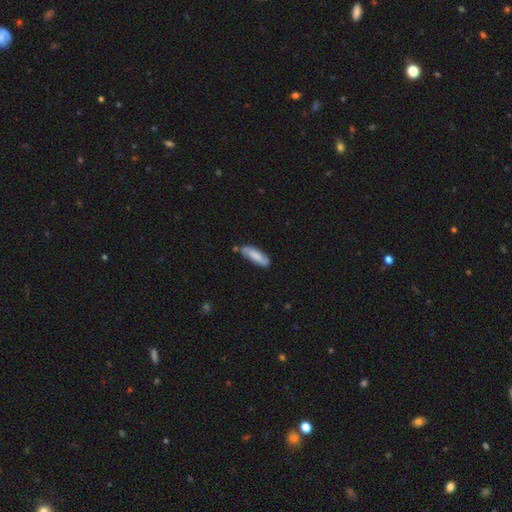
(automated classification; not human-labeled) Q: Smooth or featured?
A: smooth (60%); runner-up: featured or disk (34%)
Q: How rounded?
A: in between (57%); runner-up: cigar-shaped (41%)
Q: Merging?
A: none (71%); runner-up: minor disturbance (20%)